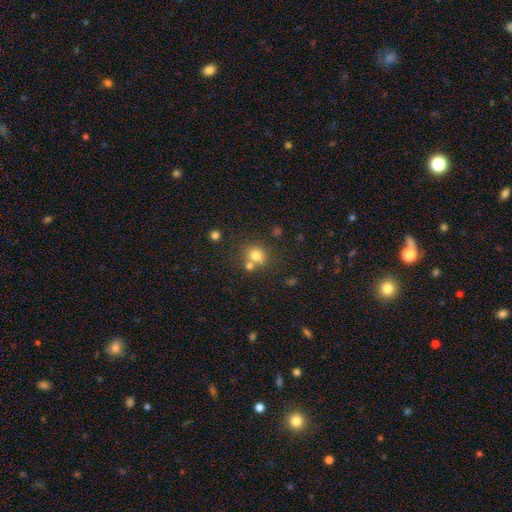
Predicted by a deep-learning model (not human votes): Morphology: type=smooth (76%); roundness=round (77%); merging=none (56%).